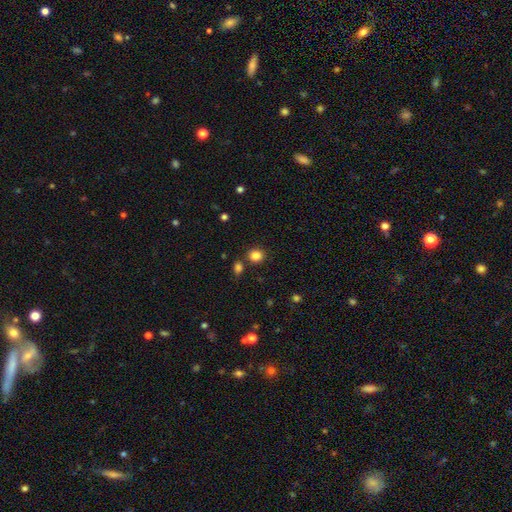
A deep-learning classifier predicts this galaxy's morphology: The model was most divided on "how rounded": round: 77%, in between: 22%, cigar-shaped: 1%. More confident: smooth or featured — smooth (84%); merging — none (80%).